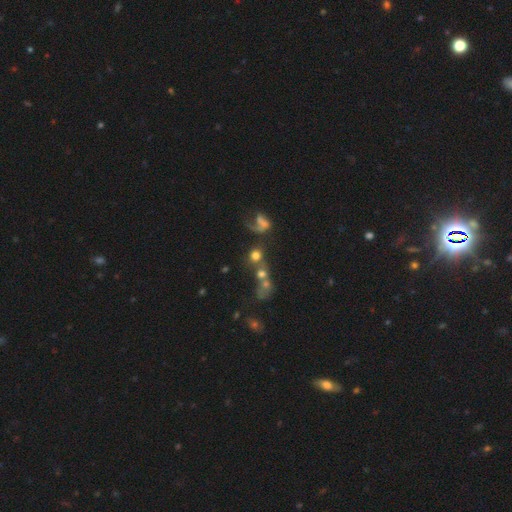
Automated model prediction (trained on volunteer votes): Smooth or featured? Predicted: smooth (p=0.57). How rounded? Predicted: round (p=0.78). Merging? Predicted: merger (p=0.45).